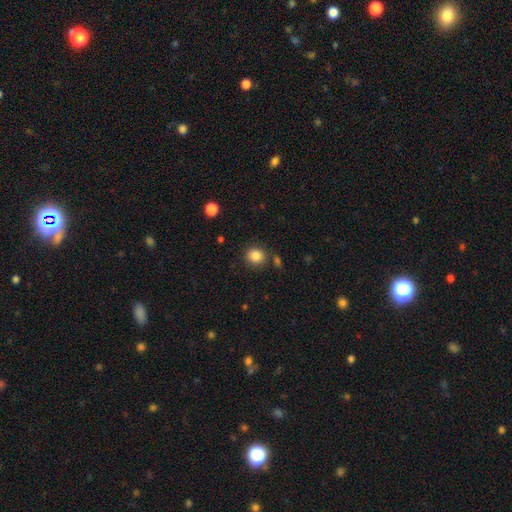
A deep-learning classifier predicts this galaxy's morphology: Overall: smooth (85%). How rounded: round (86%). Merging: none (82%).